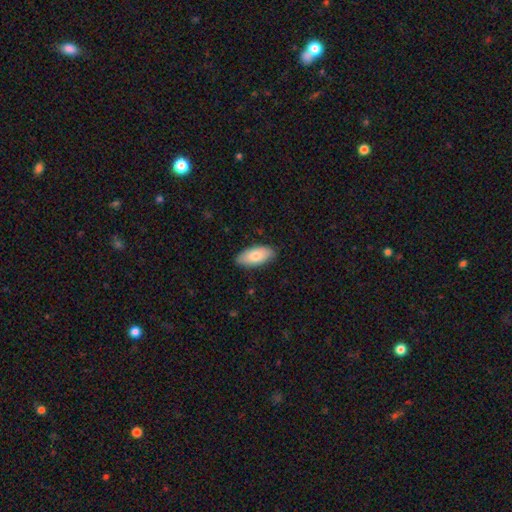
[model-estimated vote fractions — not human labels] This appears to be a smooth galaxy with no disk features (79%) that is in between round and cigar-shaped (90%). Merging: none (87%).